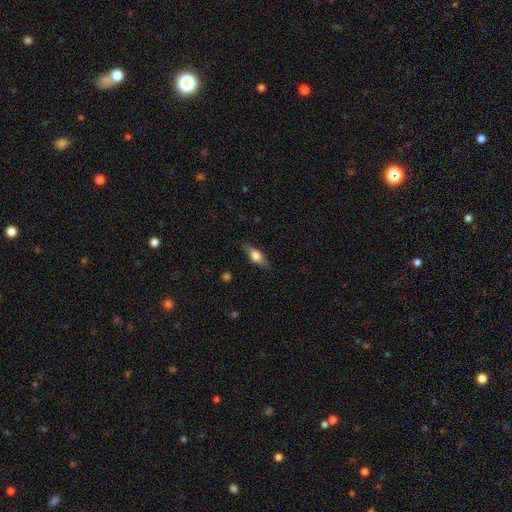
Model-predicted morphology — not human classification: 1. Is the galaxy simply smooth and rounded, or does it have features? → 66% smooth, 28% featured or disk, 6% star or artifact.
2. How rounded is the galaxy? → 68% in between, 28% cigar-shaped, 4% round.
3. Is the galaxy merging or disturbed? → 83% none, 13% minor disturbance, 3% major disturbance, 1% merger.